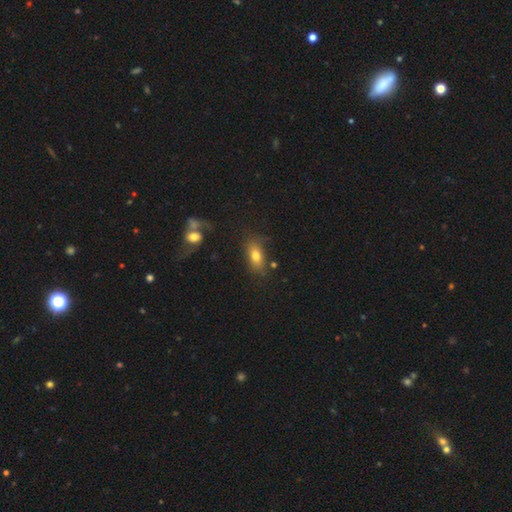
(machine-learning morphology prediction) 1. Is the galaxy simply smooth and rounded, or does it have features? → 73% smooth, 17% featured or disk, 10% star or artifact.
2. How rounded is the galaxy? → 84% in between, 8% round, 8% cigar-shaped.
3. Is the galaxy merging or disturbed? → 68% none, 17% minor disturbance, 8% major disturbance, 7% merger.